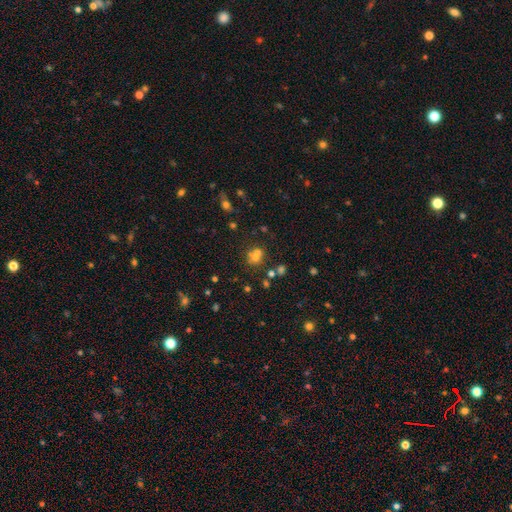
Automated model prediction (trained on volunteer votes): A smooth galaxy with no disk features (57%) that is round (79%).

Vote fractions:
- Smooth or featured? smooth: 57% / star or artifact: 24% / featured or disk: 19%
- How rounded? round: 79% / in between: 19% / cigar-shaped: 1%
- Merging? merger: 45% / none: 44% / minor disturbance: 8% / major disturbance: 4%